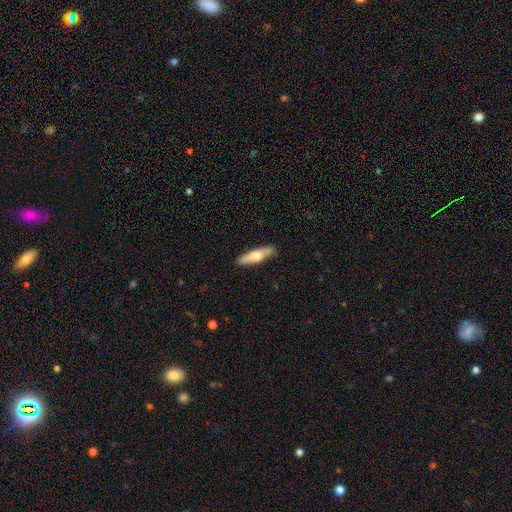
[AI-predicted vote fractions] smooth-or-featured: smooth: 59% | featured or disk: 36% | star or artifact: 5%
  how-rounded: cigar-shaped: 67% | in between: 31% | round: 2%
  merging: none: 87% | minor disturbance: 10% | major disturbance: 2% | merger: 1%